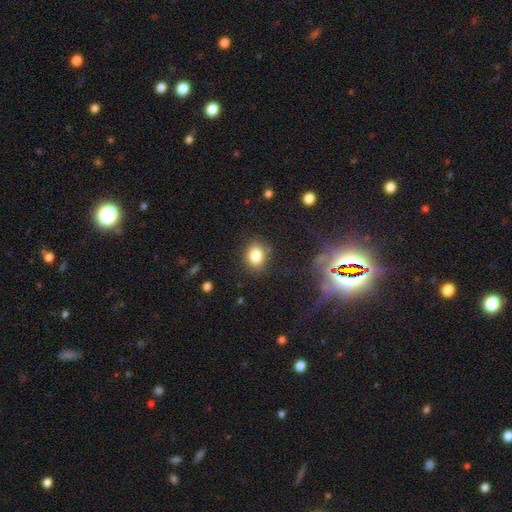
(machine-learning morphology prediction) smooth 83%, star or artifact 11%, featured or disk 7%. Down the decision tree: how rounded — round (52%); merging — none (81%).